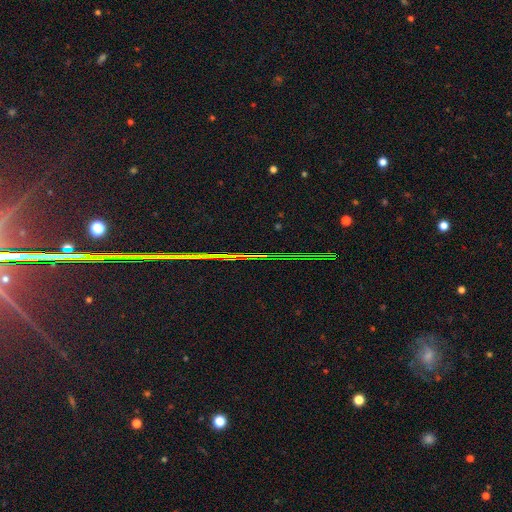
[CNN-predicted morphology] Q: Smooth or featured?
A: star or artifact (86%); runner-up: featured or disk (8%)